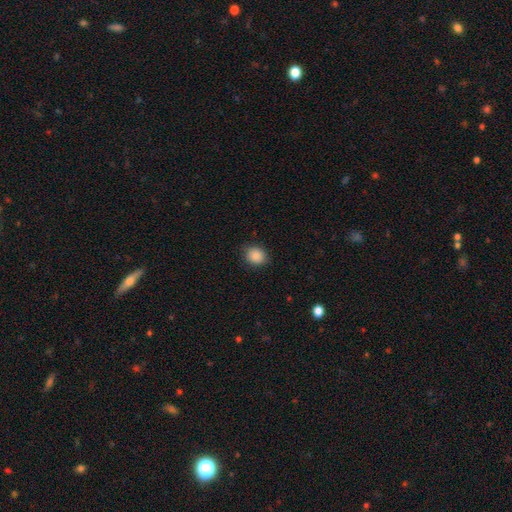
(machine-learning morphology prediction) Smooth or featured? smooth (88%)
How rounded? round (68%)
Merging? none (85%)